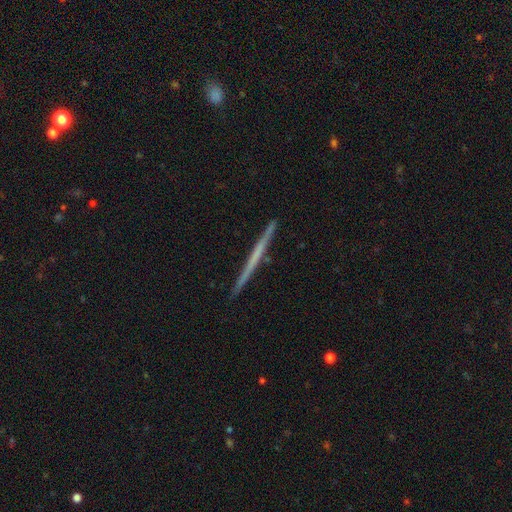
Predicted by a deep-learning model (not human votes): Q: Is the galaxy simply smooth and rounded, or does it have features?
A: featured or disk — 59%.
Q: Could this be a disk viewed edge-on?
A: yes — 98%.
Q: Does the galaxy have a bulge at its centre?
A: none — 90%.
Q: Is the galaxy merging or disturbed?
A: none — 92%.